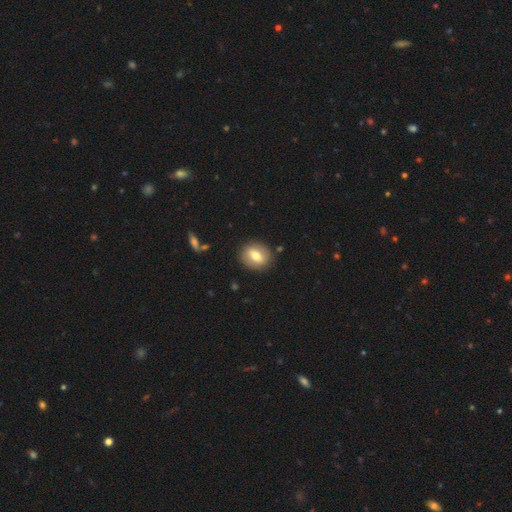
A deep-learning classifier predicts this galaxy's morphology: Smooth or featured?
  - smooth: 68% *
  - featured or disk: 24%
  - star or artifact: 8%
How rounded?
  - round: 60% *
  - in between: 39%
  - cigar-shaped: 2%
Merging?
  - none: 87% *
  - minor disturbance: 8%
  - major disturbance: 3%
  - merger: 2%